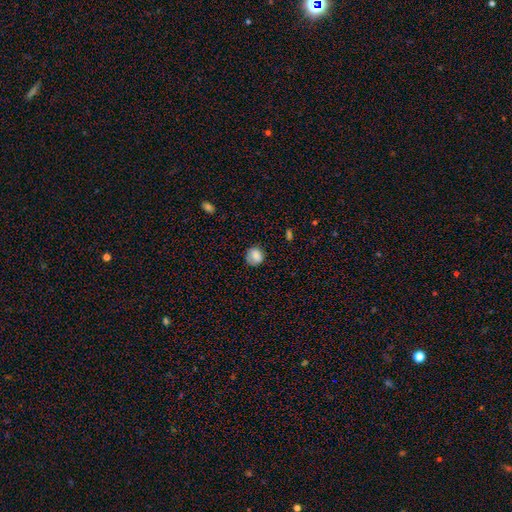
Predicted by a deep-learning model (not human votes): Smooth or featured?
  - smooth: 83% *
  - star or artifact: 9%
  - featured or disk: 8%
How rounded?
  - round: 80% *
  - in between: 20%
  - cigar-shaped: 1%
Merging?
  - none: 72% *
  - minor disturbance: 20%
  - major disturbance: 5%
  - merger: 2%